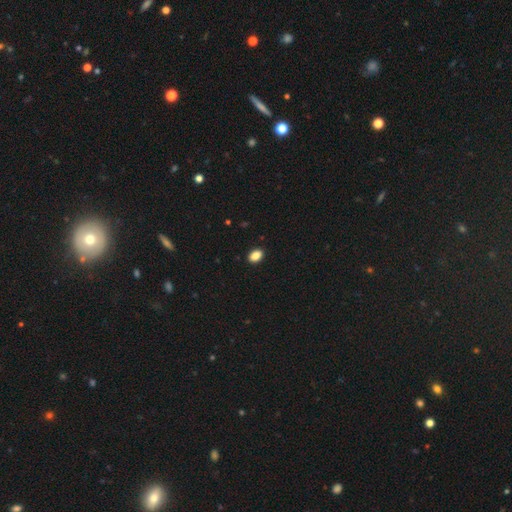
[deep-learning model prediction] Morphology: type=smooth (88%); roundness=in between (82%); merging=none (91%).